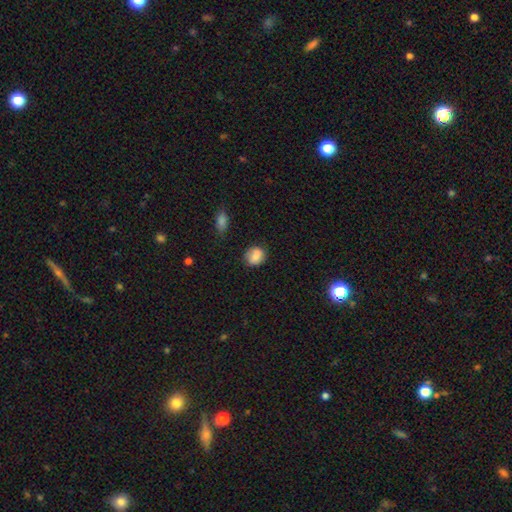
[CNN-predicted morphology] This appears to be a smooth galaxy with no disk features (78%) that is round (65%). Merging: none (64%).